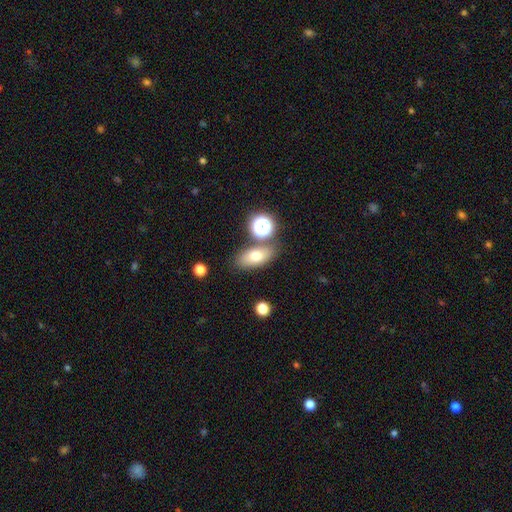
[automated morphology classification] Smooth or featured: smooth — 72% (featured or disk — 17%)
How rounded: in between — 83% (round — 11%)
Merging: none — 73% (minor disturbance — 12%)